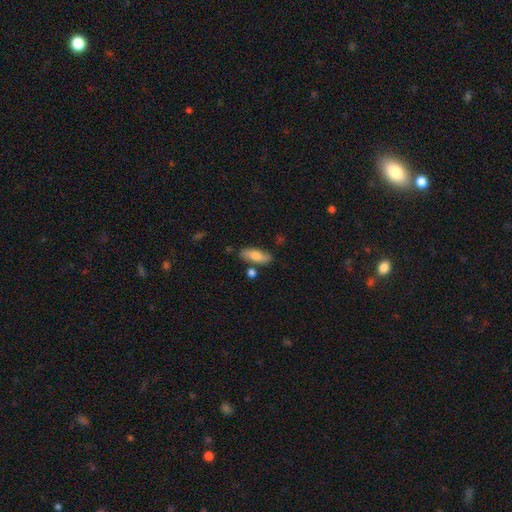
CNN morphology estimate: Q: Smooth or featured?
A: smooth (71%); runner-up: featured or disk (22%)
Q: How rounded?
A: in between (67%); runner-up: cigar-shaped (30%)
Q: Merging?
A: none (75%); runner-up: minor disturbance (15%)